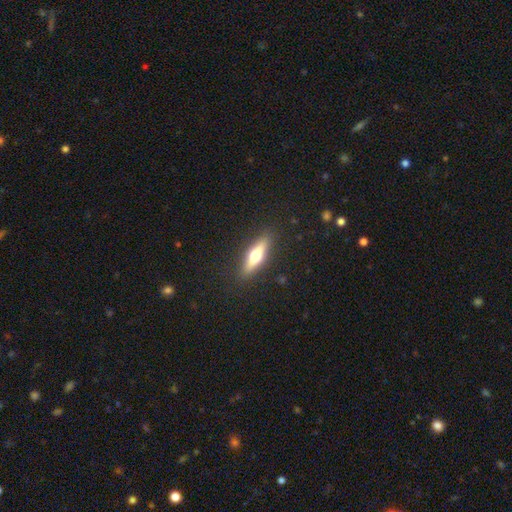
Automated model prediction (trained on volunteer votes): smooth-or-featured: featured or disk: 48% | smooth: 45% | star or artifact: 7%
  merging: none: 89% | minor disturbance: 8% | major disturbance: 2% | merger: 1%